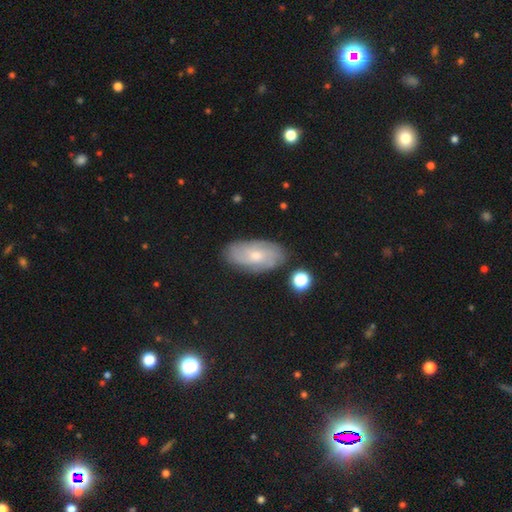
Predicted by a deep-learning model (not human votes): Morphology: type=featured or disk (64%); edge-on=no (93%); bar=no (69%); spiral arms=yes (90%); winding=tight (60%); arm count=can't tell (49%); bulge=small (52%); merging=none (81%).